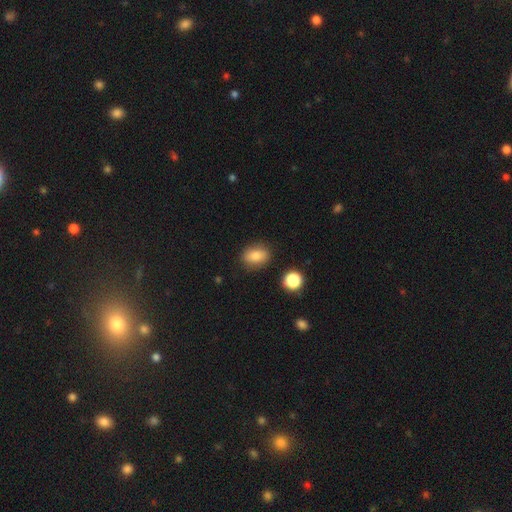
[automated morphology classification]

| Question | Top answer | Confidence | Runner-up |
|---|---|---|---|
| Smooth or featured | smooth | 81% | featured or disk (10%) |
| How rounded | in between | 74% | round (23%) |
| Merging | none | 84% | minor disturbance (11%) |